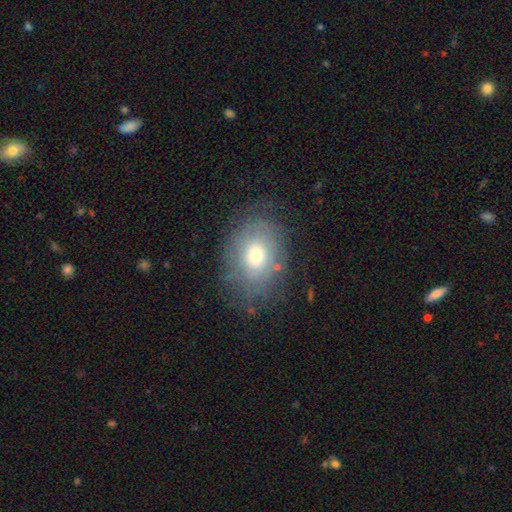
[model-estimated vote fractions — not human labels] The model was most divided on "smooth or featured": smooth: 51%, featured or disk: 38%, star or artifact: 11%. More confident: merging — none (73%); how rounded — in between (68%).